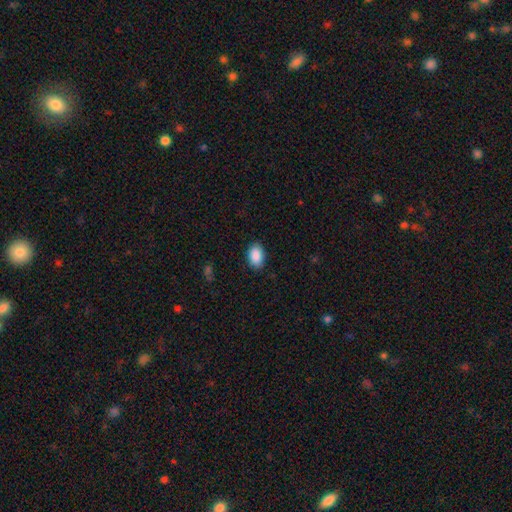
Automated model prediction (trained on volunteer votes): Smooth or featured: smooth — 90% (star or artifact — 7%)
How rounded: in between — 90% (round — 9%)
Merging: none — 88% (minor disturbance — 9%)